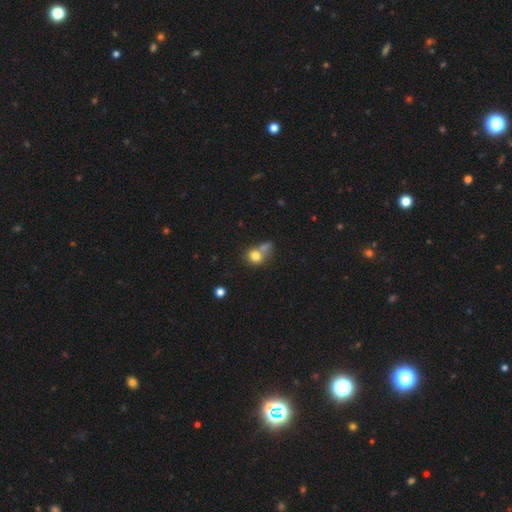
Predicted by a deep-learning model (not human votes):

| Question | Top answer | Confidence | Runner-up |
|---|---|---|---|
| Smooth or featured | smooth | 77% | featured or disk (11%) |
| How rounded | round | 71% | in between (27%) |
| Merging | merger | 42% | none (35%) |